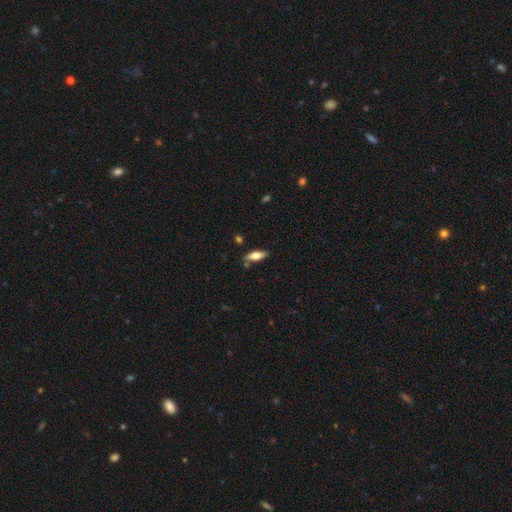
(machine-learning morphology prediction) This appears to be a smooth galaxy with no disk features (66%) that is in between round and cigar-shaped (65%). Merging: none (80%).